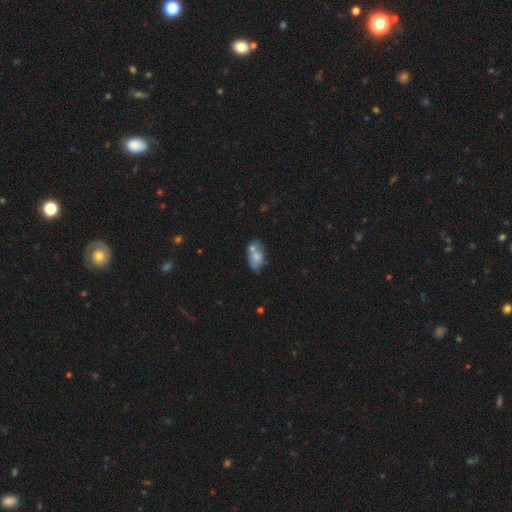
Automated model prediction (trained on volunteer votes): smooth_or_featured: smooth (p=0.66) [alt: featured or disk p=0.26]
how_rounded: in between (p=0.90) [alt: round p=0.07]
merging: none (p=0.44) [alt: merger p=0.29]